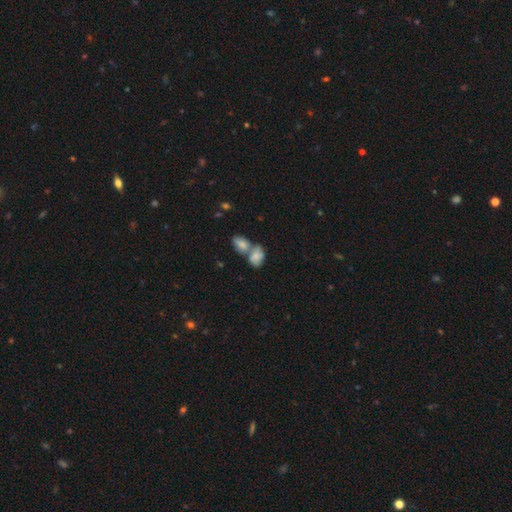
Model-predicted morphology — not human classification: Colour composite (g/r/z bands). It shows a smooth galaxy with no disk features (73%) that is in between round and cigar-shaped (83%). Merging: merger (64%).